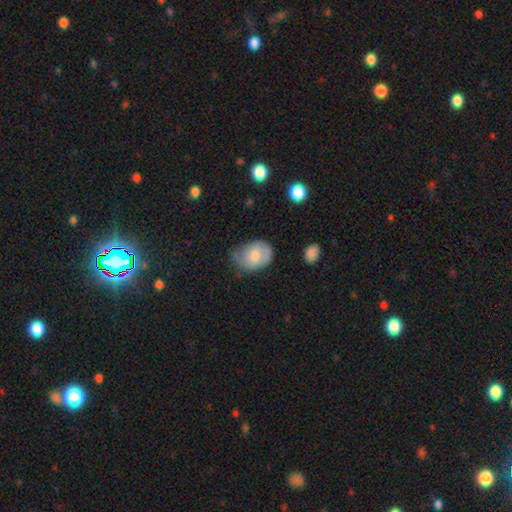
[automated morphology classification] Overall: smooth (70%). How rounded: in between (66%; round 33%). Merging: none (49%; minor disturbance 37%).